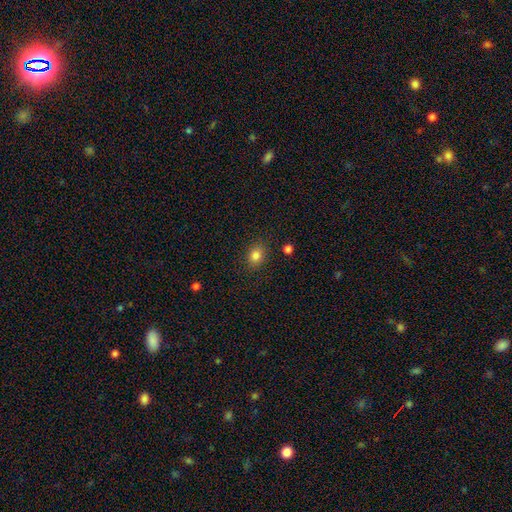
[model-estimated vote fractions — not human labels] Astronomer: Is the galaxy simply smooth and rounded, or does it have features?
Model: smooth — 83%.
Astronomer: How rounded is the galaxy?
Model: round — 54% (runner-up: in between, 45%).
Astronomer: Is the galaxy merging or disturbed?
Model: none — 86%.